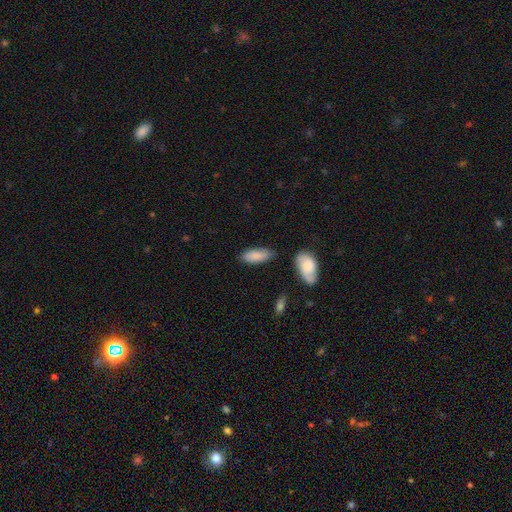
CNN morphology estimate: Smooth or featured? Predicted: smooth (p=0.85). How rounded? Predicted: in between (p=0.78). Merging? Predicted: none (p=0.75).